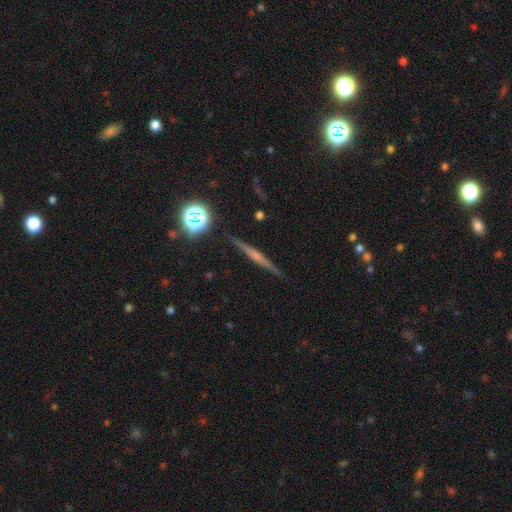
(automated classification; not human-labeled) smooth-or-featured: featured or disk: 65% | smooth: 22% | star or artifact: 12%
  disk-edge-on: yes: 98% | no: 2%
    edge-on-bulge: rounded: 53% | none: 35% | boxy: 12%
  merging: none: 91% | minor disturbance: 6% | major disturbance: 1% | merger: 1%